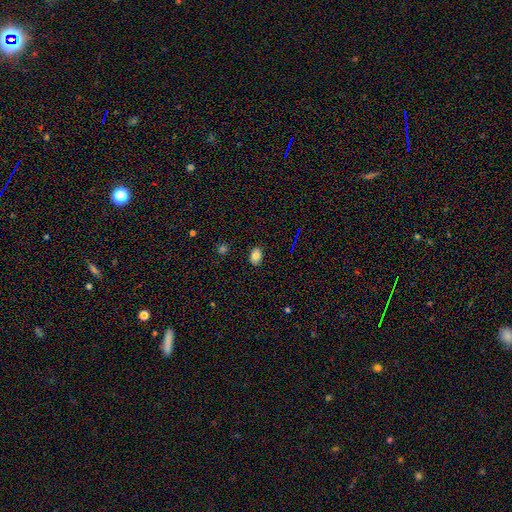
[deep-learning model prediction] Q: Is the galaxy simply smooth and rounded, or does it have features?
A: smooth — 82%.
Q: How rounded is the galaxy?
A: in between — 79%.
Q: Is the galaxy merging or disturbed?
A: none — 88%.